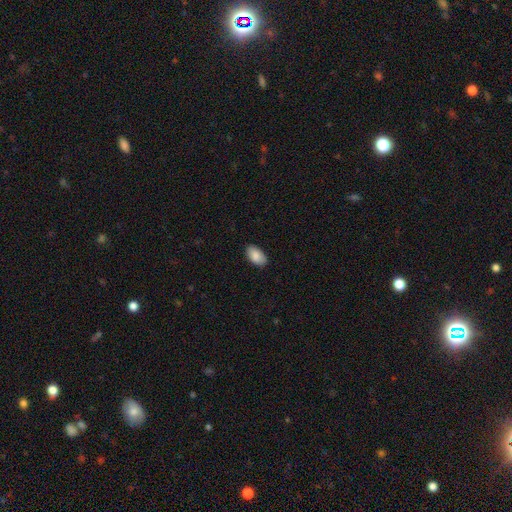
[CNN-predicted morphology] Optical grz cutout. It shows a smooth galaxy with no disk features (88%) that is in between round and cigar-shaped (95%). Merging: none (87%).